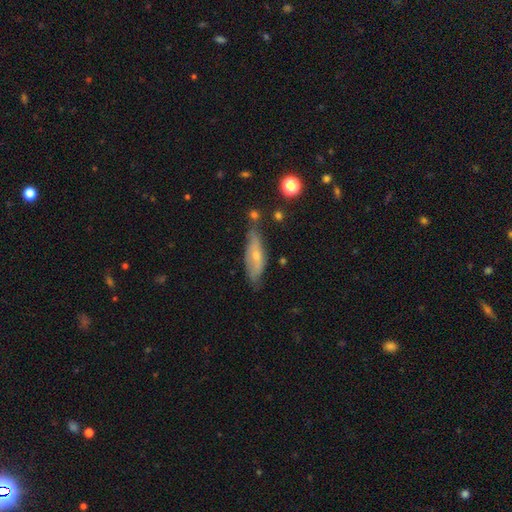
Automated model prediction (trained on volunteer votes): Q: Smooth or featured?
A: featured or disk (51%); runner-up: smooth (42%)
Q: Edge-on disk?
A: no (58%); runner-up: yes (42%)
Q: Merging?
A: none (56%); runner-up: minor disturbance (31%)